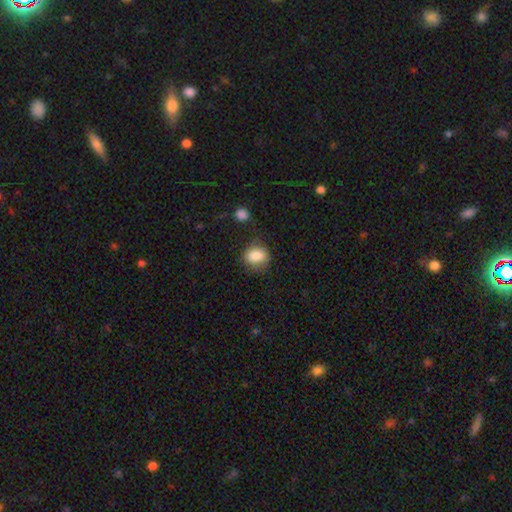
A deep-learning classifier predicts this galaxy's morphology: A smooth galaxy with no disk features (86%) that is in between round and cigar-shaped (52%).

Vote fractions:
- Smooth or featured? smooth: 86% / star or artifact: 8% / featured or disk: 5%
- How rounded? in between: 52% / round: 47% / cigar-shaped: 1%
- Merging? none: 69% / minor disturbance: 21% / major disturbance: 7% / merger: 3%